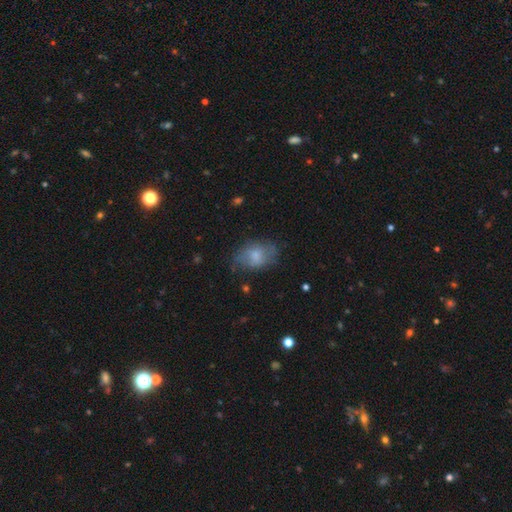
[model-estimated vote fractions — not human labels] Q: Smooth or featured?
A: smooth (64%); runner-up: featured or disk (27%)
Q: How rounded?
A: in between (81%); runner-up: round (18%)
Q: Merging?
A: none (60%); runner-up: minor disturbance (27%)